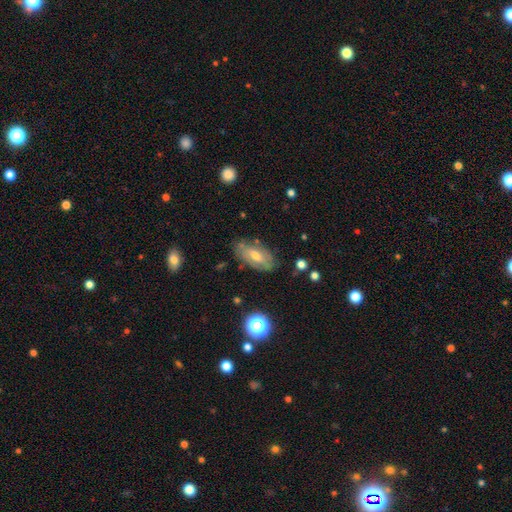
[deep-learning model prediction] This appears to be a featured or disk galaxy (53%). Merging: none (76%).